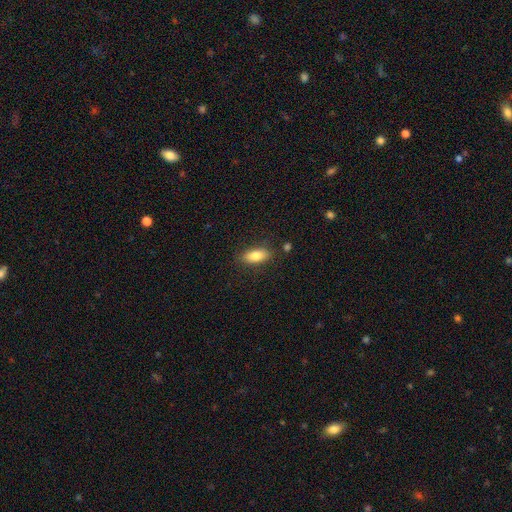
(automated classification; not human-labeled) A smooth galaxy with no disk features (81%) that is in between round and cigar-shaped (83%). Merging: none (83%).